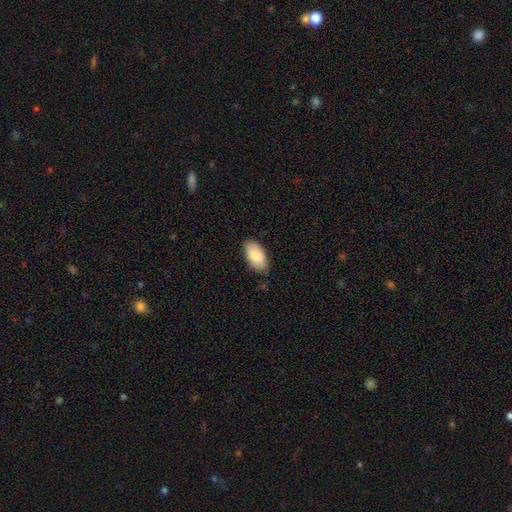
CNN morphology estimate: Smooth or featured? Predicted: smooth (p=0.85). How rounded? Predicted: in between (p=0.95). Merging? Predicted: none (p=0.80).